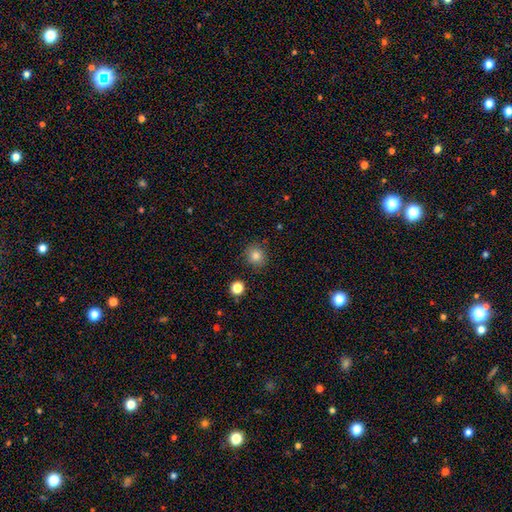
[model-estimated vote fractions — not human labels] smooth 83%, star or artifact 11%, featured or disk 6%. Down the decision tree: how rounded — round (84%); merging — none (87%).